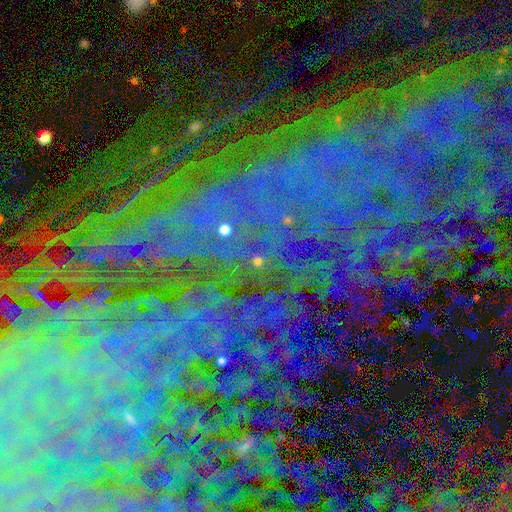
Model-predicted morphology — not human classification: Q: Smooth or featured?
A: star or artifact (78%); runner-up: featured or disk (13%)